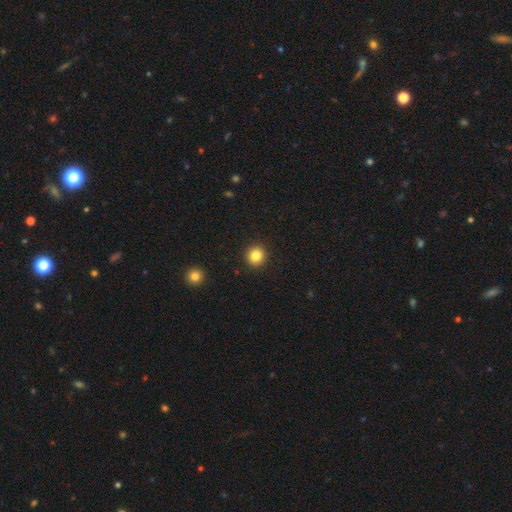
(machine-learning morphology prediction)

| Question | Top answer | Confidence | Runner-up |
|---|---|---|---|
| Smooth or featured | smooth | 84% | star or artifact (11%) |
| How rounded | round | 92% | in between (7%) |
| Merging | none | 93% | minor disturbance (5%) |